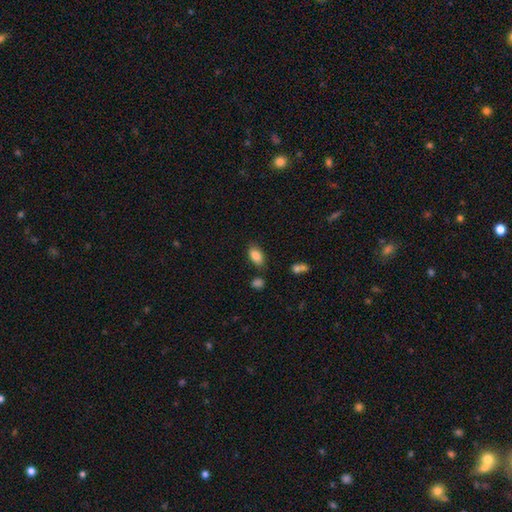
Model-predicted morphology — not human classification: This appears to be a smooth galaxy with no disk features (85%) that is in between round and cigar-shaped (91%). Merging: none (79%).